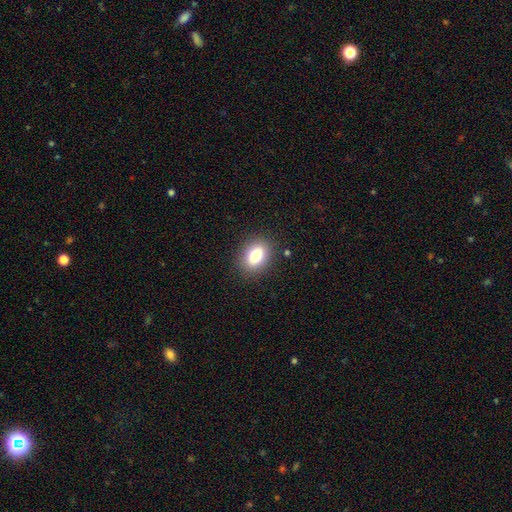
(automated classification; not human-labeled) Overall: smooth (81%). How rounded: in between (76%). Merging: none (87%).